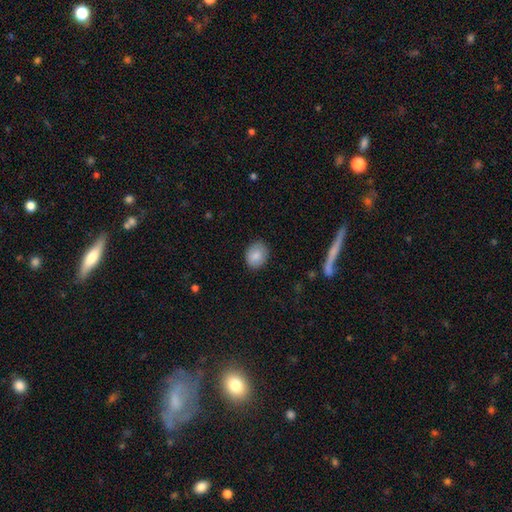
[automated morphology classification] A smooth galaxy with no disk features (86%) that is round (51%). Merging: none (84%).